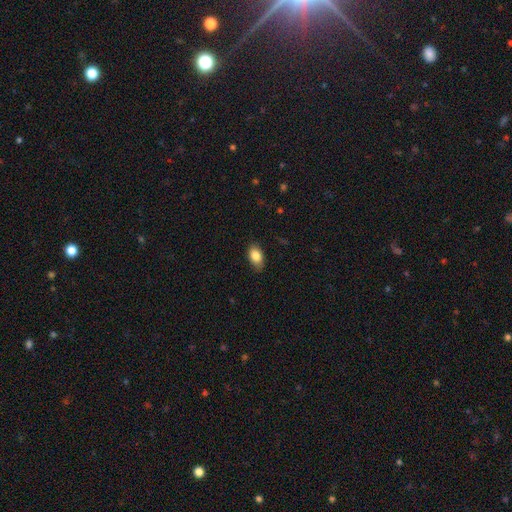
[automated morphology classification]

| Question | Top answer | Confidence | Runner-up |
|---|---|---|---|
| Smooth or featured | smooth | 85% | featured or disk (8%) |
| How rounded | in between | 90% | round (8%) |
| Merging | none | 81% | minor disturbance (15%) |